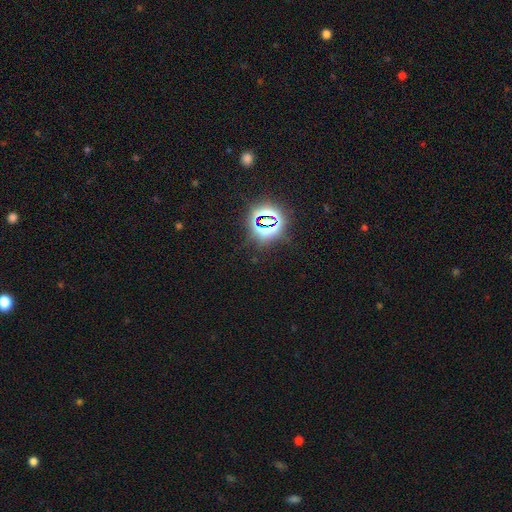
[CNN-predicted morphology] Smooth or featured: star or artifact — 80% (smooth — 13%)